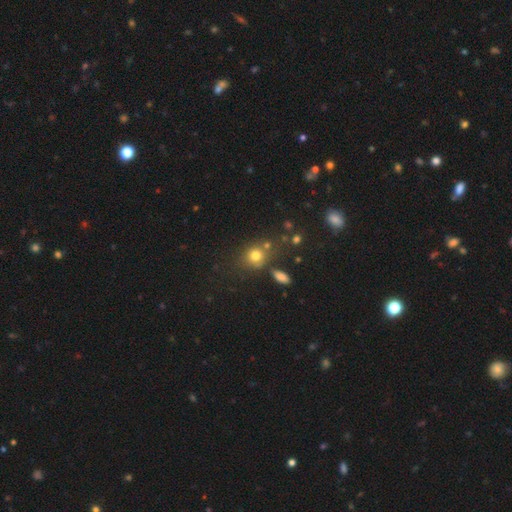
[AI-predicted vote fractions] This is likely a smooth galaxy (75%). How rounded: likely round (71%). Merging: likely none (63%).